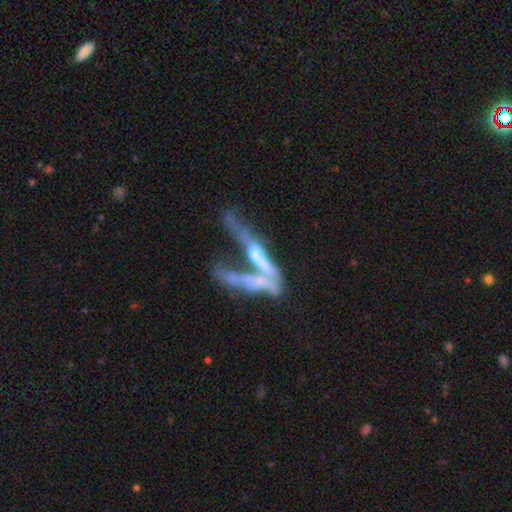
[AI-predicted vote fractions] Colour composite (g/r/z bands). It shows a featured or disk galaxy (66%) viewed edge-on (62%). Merging: merger (58%).